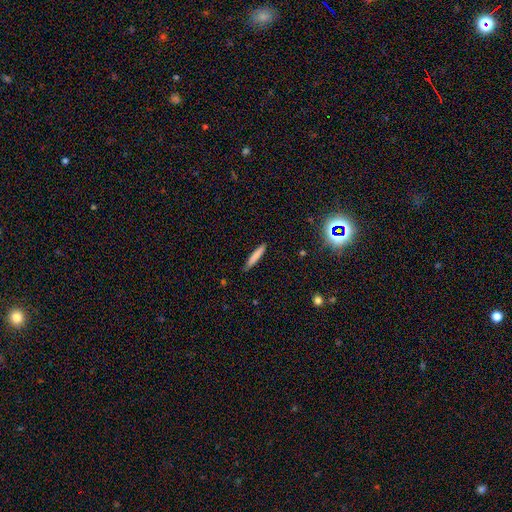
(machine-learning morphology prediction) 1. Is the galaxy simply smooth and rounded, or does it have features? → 80% smooth, 13% featured or disk, 7% star or artifact.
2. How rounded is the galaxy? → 93% cigar-shaped, 6% in between, 1% round.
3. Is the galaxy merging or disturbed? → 87% none, 10% minor disturbance, 2% major disturbance, 1% merger.